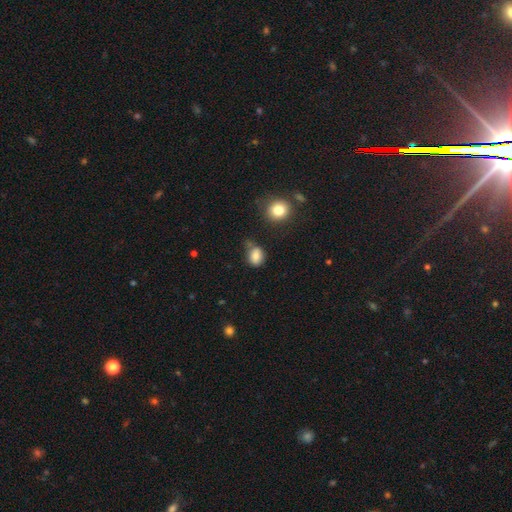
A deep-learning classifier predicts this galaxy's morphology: Overall: smooth (82%). How rounded: in between (65%; round 33%). Merging: none (49%; minor disturbance 32%).